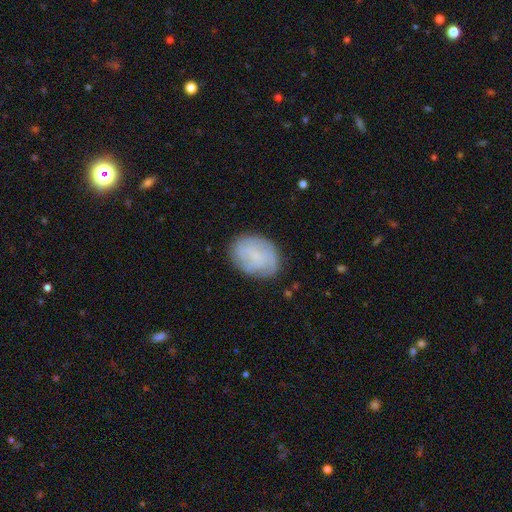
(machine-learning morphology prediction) The model was most divided on "smooth or featured": smooth: 53%, featured or disk: 38%, star or artifact: 8%. More confident: merging — none (74%); how rounded — in between (68%).